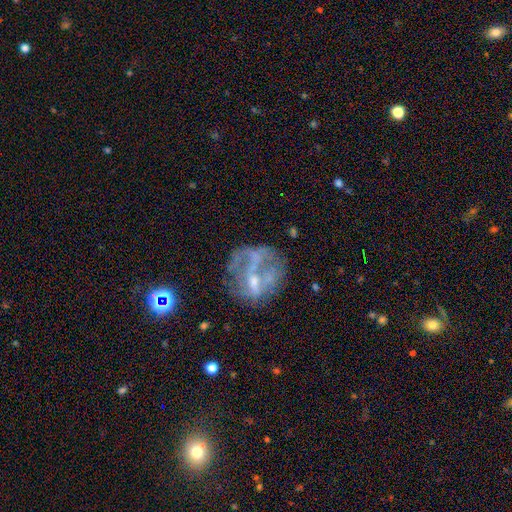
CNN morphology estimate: smooth_or_featured: featured or disk (p=0.63) [alt: smooth p=0.22]
disk_edge_on: no (p=0.97) [alt: yes p=0.03]
bar: no (p=0.60) [alt: weak p=0.29]
has_spiral_arms: no (p=0.79) [alt: yes p=0.21]
bulge_size: small (p=0.39) [alt: none p=0.29]
merging: none (p=0.42) [alt: major disturbance p=0.30]